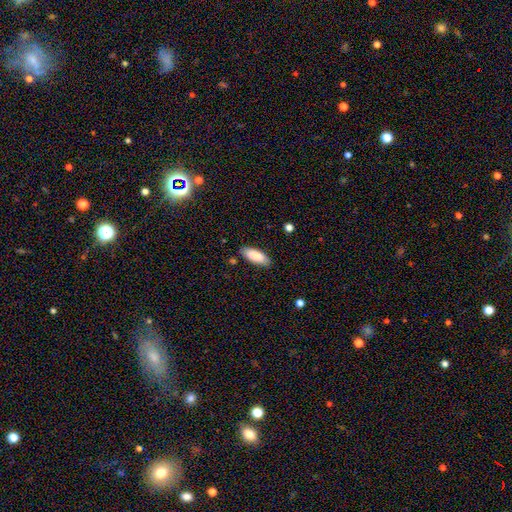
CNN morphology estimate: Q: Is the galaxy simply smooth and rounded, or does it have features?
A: smooth — 86%.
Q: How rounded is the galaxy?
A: in between — 74%.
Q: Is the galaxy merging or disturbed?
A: none — 86%.